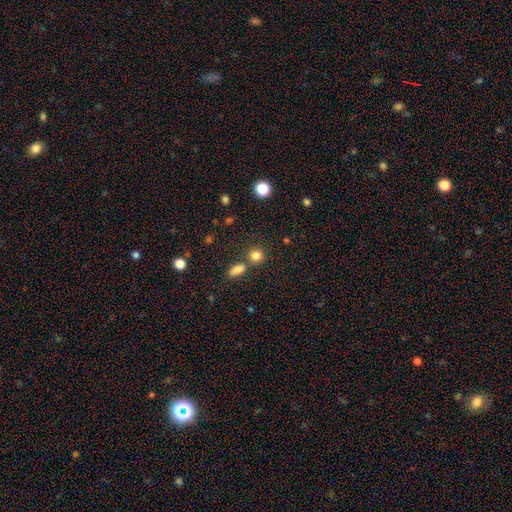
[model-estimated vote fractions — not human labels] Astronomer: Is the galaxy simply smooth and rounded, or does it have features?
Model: smooth — 83%.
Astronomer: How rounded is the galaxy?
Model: round — 81%.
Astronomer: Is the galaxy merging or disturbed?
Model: none — 70%.